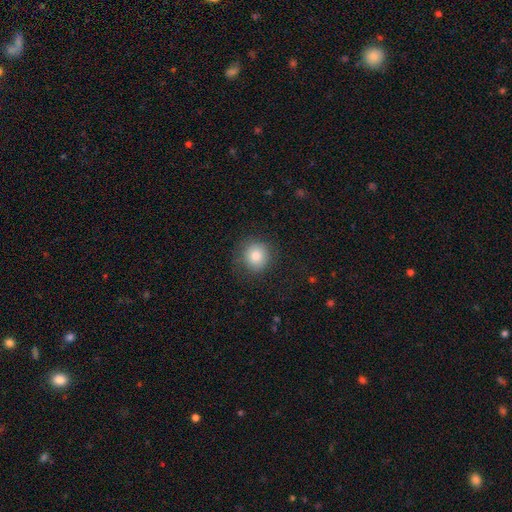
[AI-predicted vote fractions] Smooth or featured? smooth (80%)
How rounded? round (90%)
Merging? none (84%)